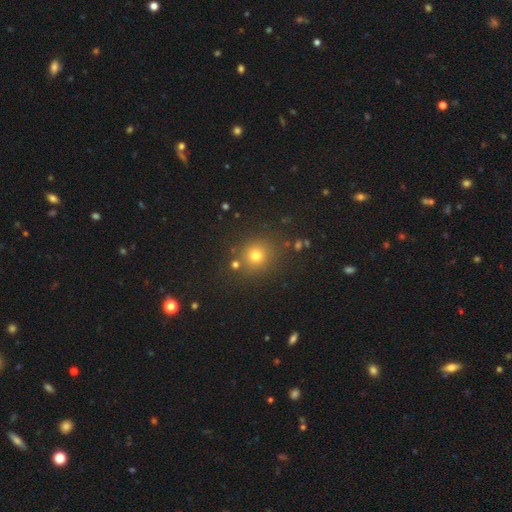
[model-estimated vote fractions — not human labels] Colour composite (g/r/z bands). It shows a smooth galaxy with no disk features (73%) that is round (87%). Merging: none (80%).